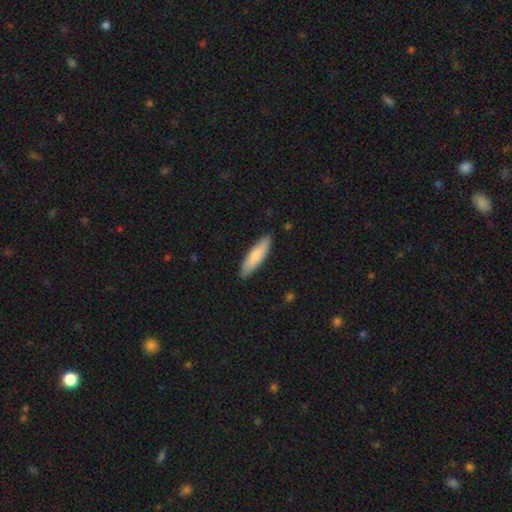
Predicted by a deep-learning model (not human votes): A smooth galaxy with no disk features (77%) that is cigar-shaped (67%).

Vote fractions:
- Smooth or featured? smooth: 77% / featured or disk: 18% / star or artifact: 5%
- How rounded? cigar-shaped: 67% / in between: 32% / round: 1%
- Merging? none: 88% / minor disturbance: 9% / major disturbance: 2% / merger: 1%